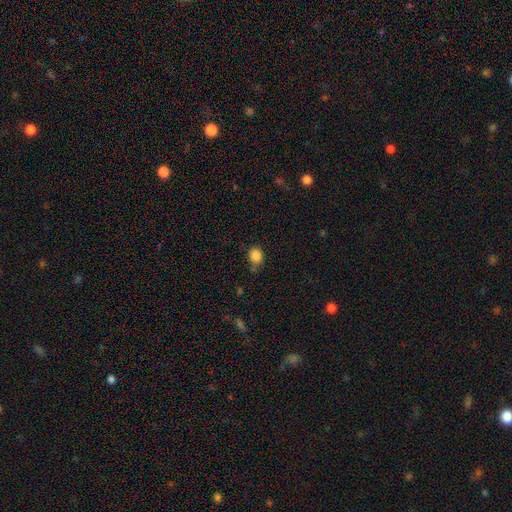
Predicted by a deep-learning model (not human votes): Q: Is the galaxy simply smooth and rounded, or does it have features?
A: smooth — 85%.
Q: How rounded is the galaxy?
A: round — 67%.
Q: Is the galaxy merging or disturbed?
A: none — 78%.